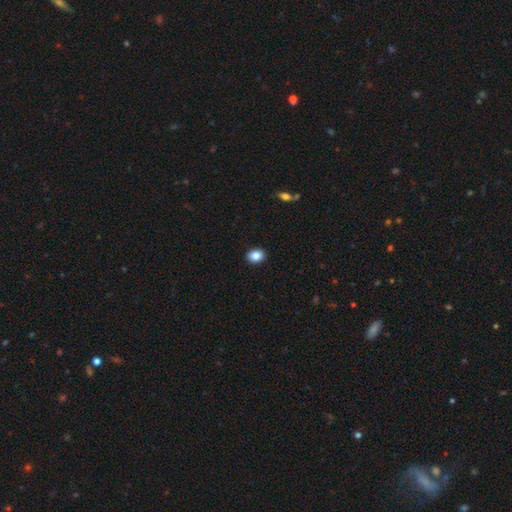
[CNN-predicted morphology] Overall: smooth (86%). How rounded: in between (66%; round 33%). Merging: none (91%).